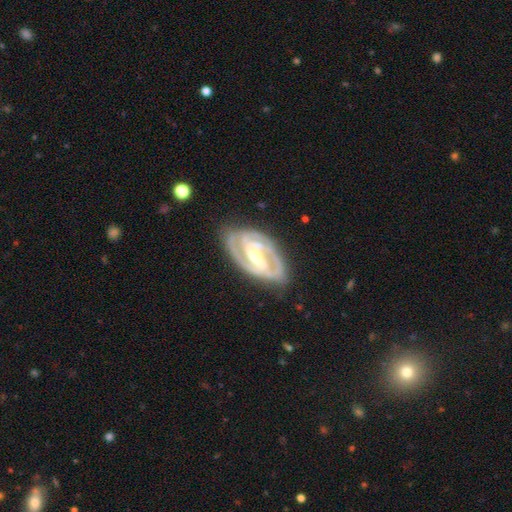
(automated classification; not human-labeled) Smooth or featured?
  - featured or disk: 91% *
  - smooth: 5%
  - star or artifact: 4%
Edge-on disk?
  - no: 96% *
  - yes: 4%
Bar?
  - strong: 50% *
  - weak: 35%
  - no: 15%
Spiral arms?
  - yes: 97% *
  - no: 3%
Spiral winding?
  - tight: 60% *
  - medium: 35%
  - loose: 5%
Spiral arm count?
  - 2: 81% *
  - 3: 10%
  - can't tell: 5%
  - 4: 2%
  - 1: 2%
  - more than 4: 2%
Bulge size?
  - moderate: 51% *
  - small: 43%
  - large: 3%
  - none: 2%
  - dominant: 1%
Merging?
  - none: 80% *
  - minor disturbance: 15%
  - major disturbance: 4%
  - merger: 1%